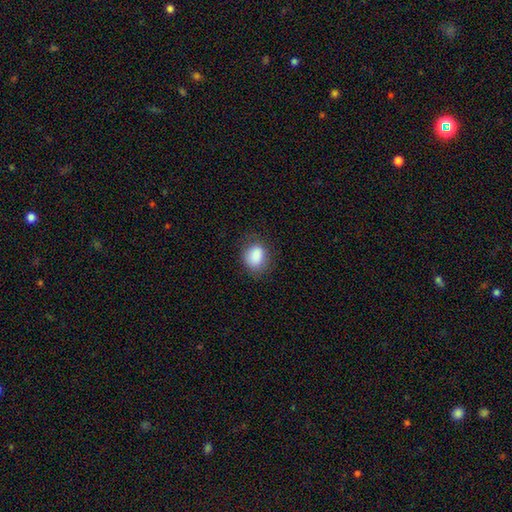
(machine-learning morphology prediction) type=smooth (87%); roundness=in between (62%); merging=none (74%).